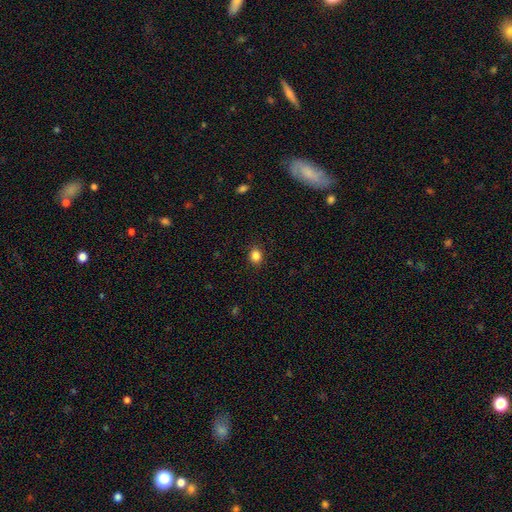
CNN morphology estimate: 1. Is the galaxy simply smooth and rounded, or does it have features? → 85% smooth, 11% star or artifact, 4% featured or disk.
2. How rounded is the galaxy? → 66% round, 33% in between, 1% cigar-shaped.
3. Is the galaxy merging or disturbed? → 90% none, 7% minor disturbance, 2% major disturbance, 1% merger.